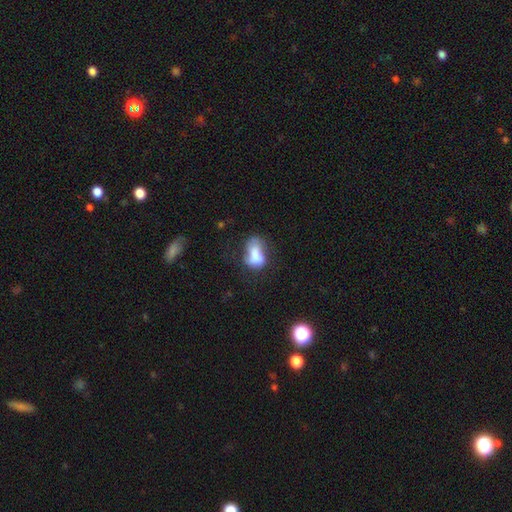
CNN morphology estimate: A smooth galaxy with no disk features (61%) that is in between round and cigar-shaped (84%). Merging: major disturbance (28%).